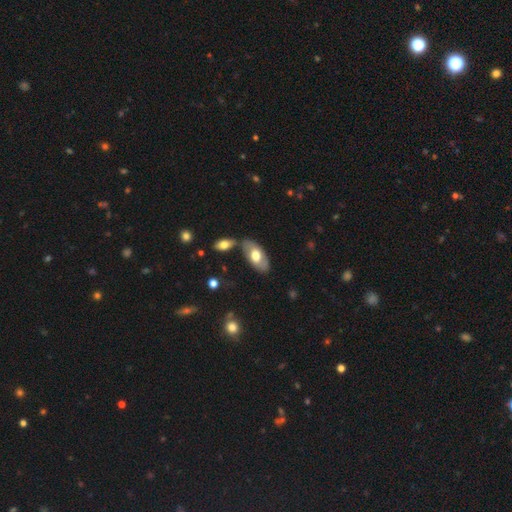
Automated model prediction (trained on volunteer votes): A smooth galaxy with no disk features (57%) that is in between round and cigar-shaped (94%).

Vote fractions:
- Smooth or featured? smooth: 57% / featured or disk: 38% / star or artifact: 6%
- How rounded? in between: 94% / cigar-shaped: 3% / round: 3%
- Merging? none: 64% / minor disturbance: 16% / merger: 15% / major disturbance: 5%